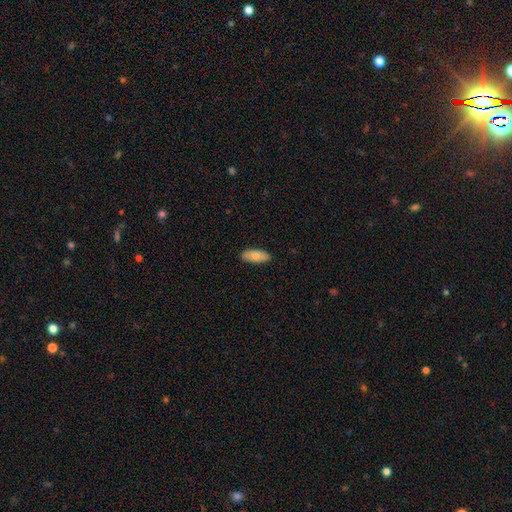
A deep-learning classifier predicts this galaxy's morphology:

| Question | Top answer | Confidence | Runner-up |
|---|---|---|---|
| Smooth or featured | smooth | 79% | featured or disk (15%) |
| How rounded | in between | 84% | cigar-shaped (14%) |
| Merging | none | 88% | minor disturbance (9%) |